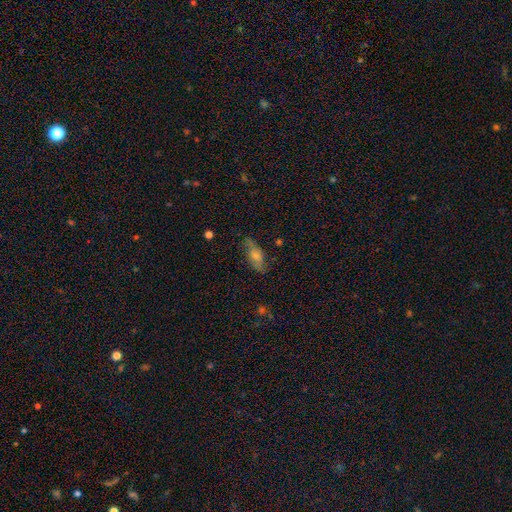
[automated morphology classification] Smooth or featured?
  - smooth: 63% *
  - featured or disk: 29%
  - star or artifact: 8%
How rounded?
  - in between: 73% *
  - cigar-shaped: 24%
  - round: 3%
Merging?
  - none: 70% *
  - minor disturbance: 21%
  - major disturbance: 7%
  - merger: 2%